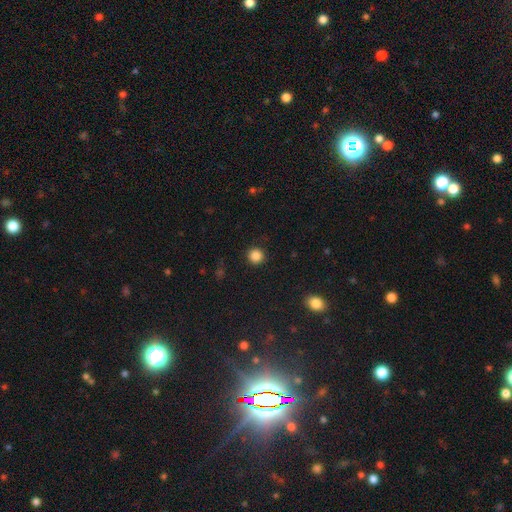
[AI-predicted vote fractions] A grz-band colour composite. It shows a smooth galaxy with no disk features (86%) that is round (95%). Merging: none (91%).